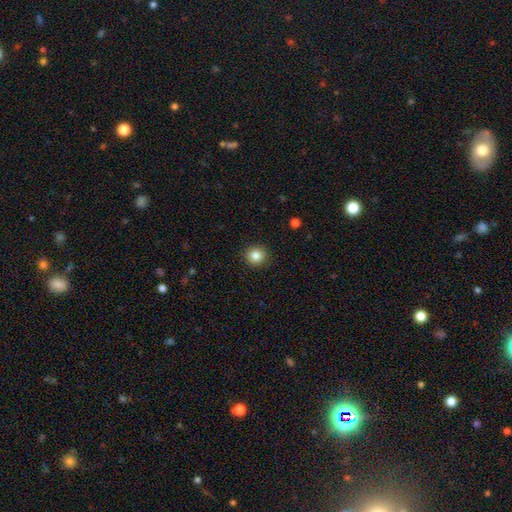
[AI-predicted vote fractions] A smooth galaxy with no disk features (84%) that is round (90%). Merging: none (92%).